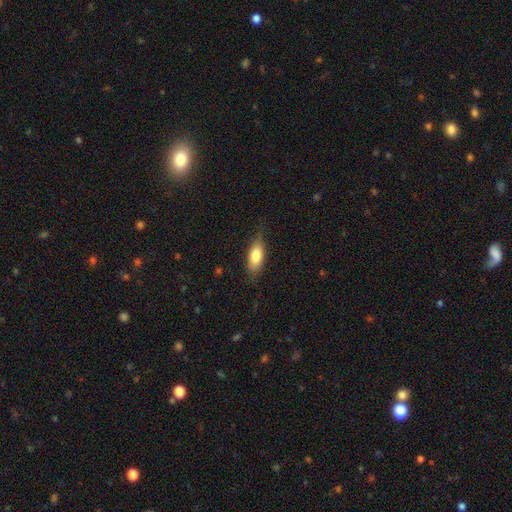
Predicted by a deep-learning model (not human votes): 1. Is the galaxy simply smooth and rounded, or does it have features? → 77% smooth, 17% featured or disk, 7% star or artifact.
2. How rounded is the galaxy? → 78% in between, 19% cigar-shaped, 3% round.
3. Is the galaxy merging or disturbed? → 71% none, 22% minor disturbance, 6% major disturbance, 1% merger.